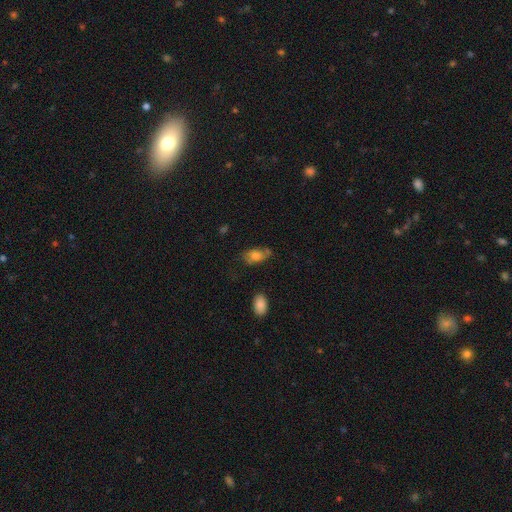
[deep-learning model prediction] A smooth galaxy with no disk features (73%) that is in between round and cigar-shaped (89%). Merging: none (54%).